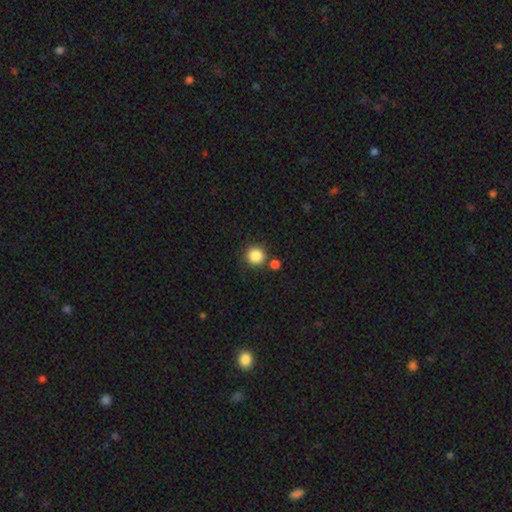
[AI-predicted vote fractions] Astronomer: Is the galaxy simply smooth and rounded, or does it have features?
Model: smooth — 86%.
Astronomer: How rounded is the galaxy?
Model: round — 94%.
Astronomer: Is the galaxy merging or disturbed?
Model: none — 78%.